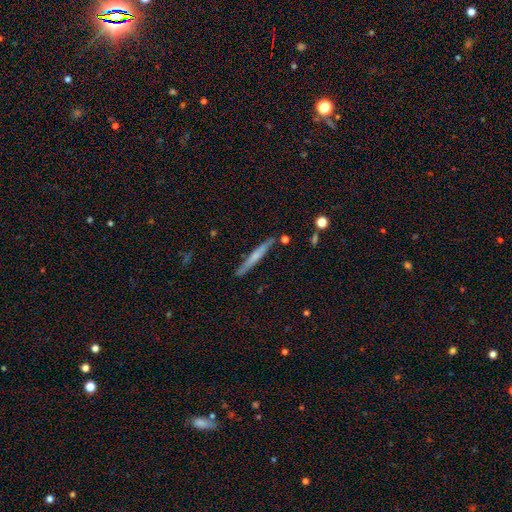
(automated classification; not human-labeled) Smooth or featured?
  - smooth: 47% *
  - featured or disk: 46%
  - star or artifact: 6%
Merging?
  - none: 86% *
  - minor disturbance: 10%
  - merger: 3%
  - major disturbance: 2%